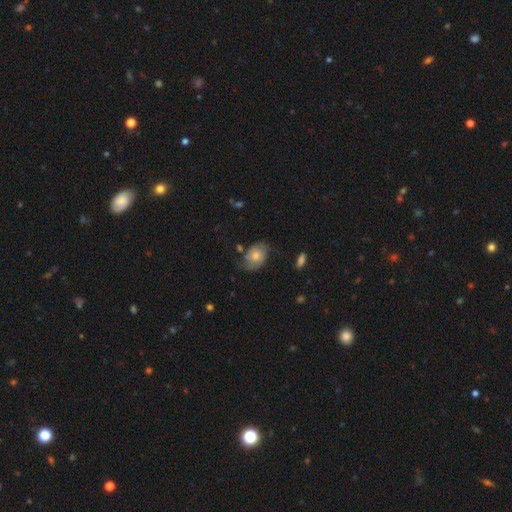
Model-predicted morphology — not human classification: Smooth or featured? Predicted: featured or disk (p=0.48). Merging? Predicted: none (p=0.58).